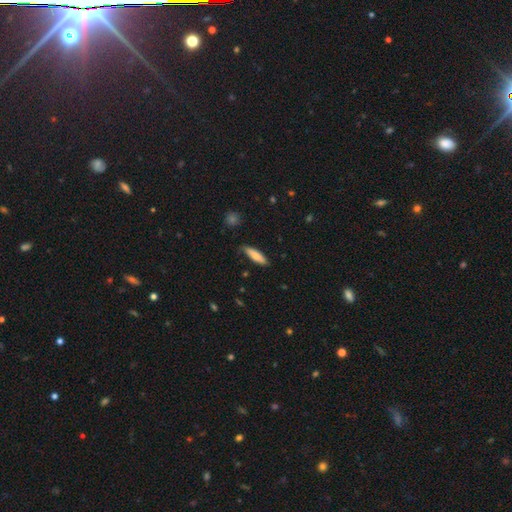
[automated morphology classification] Smooth or featured? Predicted: smooth (p=0.76). How rounded? Predicted: cigar-shaped (p=0.64). Merging? Predicted: none (p=0.76).